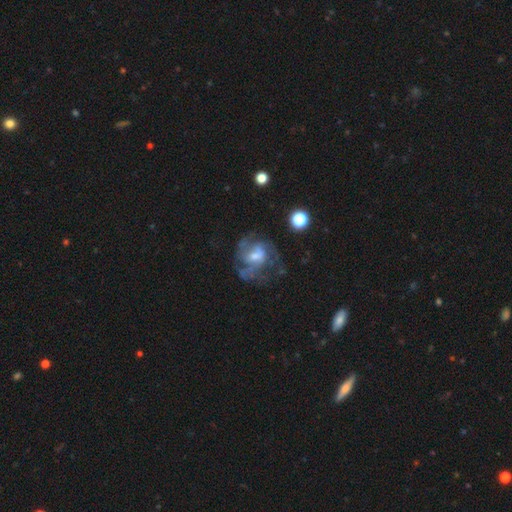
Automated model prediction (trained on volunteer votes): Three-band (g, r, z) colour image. It shows a featured or disk galaxy (70%) with no bar (50%), spiral arms (71%) and a moderate central bulge (44%). Merging: none (49%).